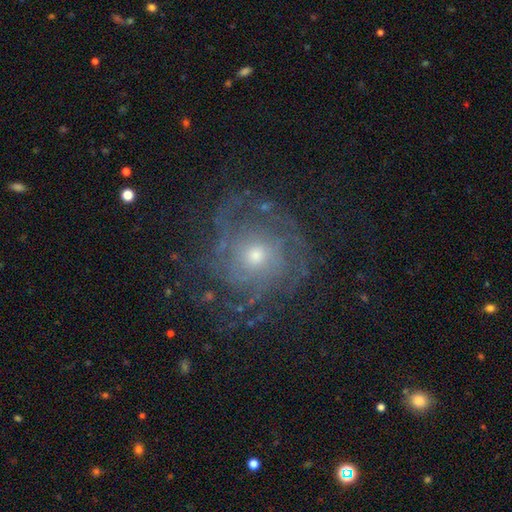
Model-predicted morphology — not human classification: Smooth or featured?
  - featured or disk: 77% *
  - smooth: 14%
  - star or artifact: 9%
Edge-on disk?
  - no: 97% *
  - yes: 3%
Bar?
  - no: 81% *
  - weak: 16%
  - strong: 3%
Spiral arms?
  - yes: 86% *
  - no: 14%
Spiral winding?
  - tight: 58% *
  - medium: 29%
  - loose: 12%
Spiral arm count?
  - can't tell: 42% *
  - 2: 16%
  - 3: 15%
  - 4: 11%
  - more than 4: 8%
  - 1: 7%
Bulge size?
  - moderate: 48% *
  - small: 46%
  - large: 4%
  - none: 1%
  - dominant: 1%
Merging?
  - none: 70% *
  - minor disturbance: 16%
  - major disturbance: 13%
  - merger: 2%